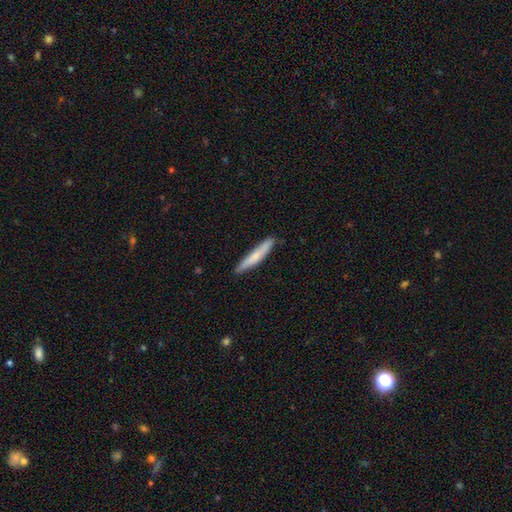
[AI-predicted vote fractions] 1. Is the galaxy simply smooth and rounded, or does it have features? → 69% smooth, 26% featured or disk, 5% star or artifact.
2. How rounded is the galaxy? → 94% cigar-shaped, 5% in between, 1% round.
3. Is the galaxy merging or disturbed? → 85% none, 12% minor disturbance, 2% major disturbance, 1% merger.